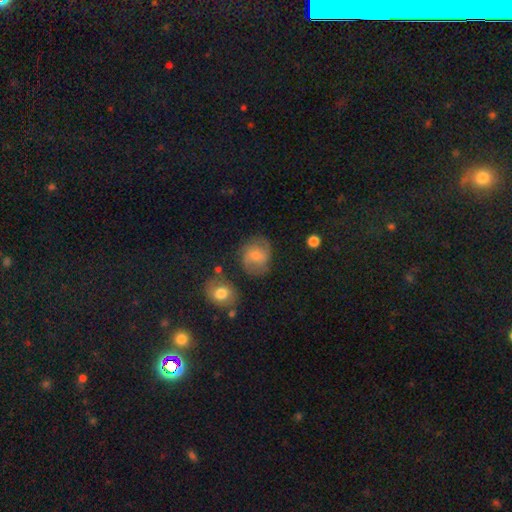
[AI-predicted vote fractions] smooth-or-featured: smooth: 47% | featured or disk: 45% | star or artifact: 9%
  merging: none: 65% | minor disturbance: 21% | major disturbance: 9% | merger: 4%